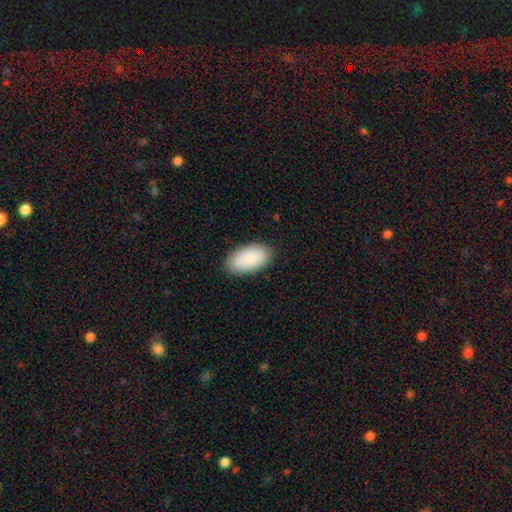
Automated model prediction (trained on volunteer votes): A smooth galaxy with no disk features (88%) that is in between round and cigar-shaped (95%).

Vote fractions:
- Smooth or featured? smooth: 88% / featured or disk: 6% / star or artifact: 6%
- How rounded? in between: 95% / round: 3% / cigar-shaped: 2%
- Merging? none: 86% / minor disturbance: 11% / major disturbance: 2% / merger: 1%